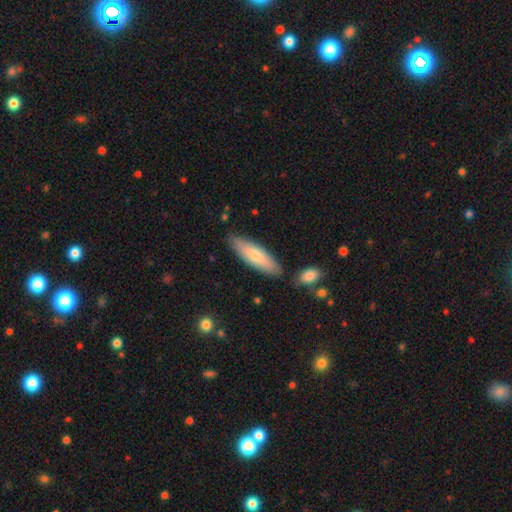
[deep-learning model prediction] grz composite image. It shows a smooth galaxy with no disk features (72%) that is cigar-shaped (57%). Merging: none (83%).